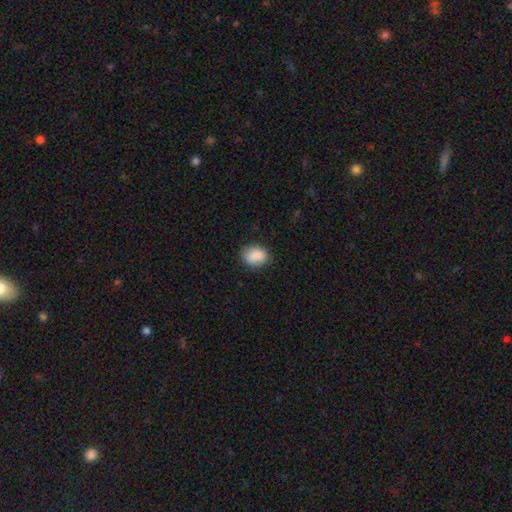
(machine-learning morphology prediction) Smooth or featured? smooth (89%)
How rounded? in between (64%)
Merging? none (82%)